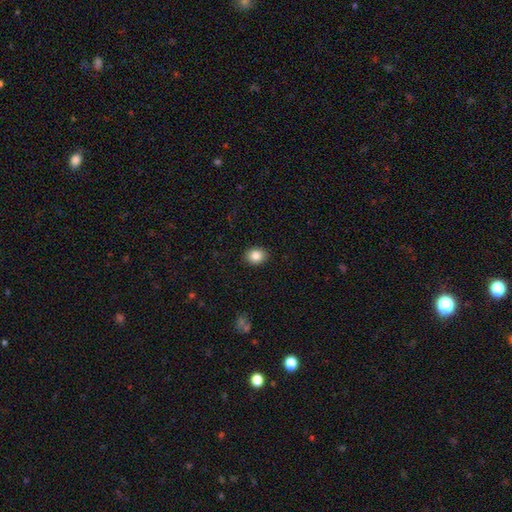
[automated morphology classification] This is clearly a smooth galaxy (86%). How rounded: possibly in between (51%). Merging: clearly none (90%).